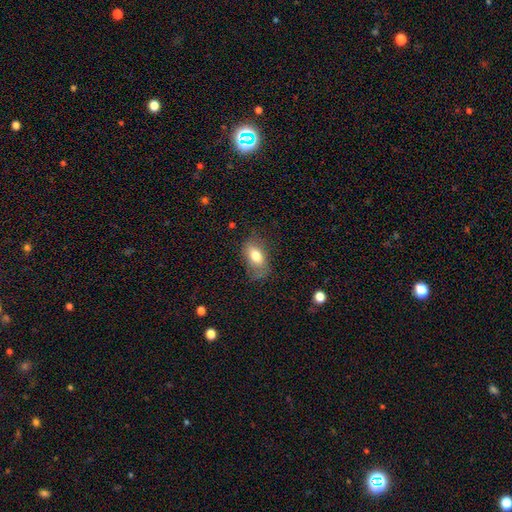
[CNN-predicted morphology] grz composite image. It shows a smooth galaxy with no disk features (74%) that is in between round and cigar-shaped (88%). Merging: none (59%).